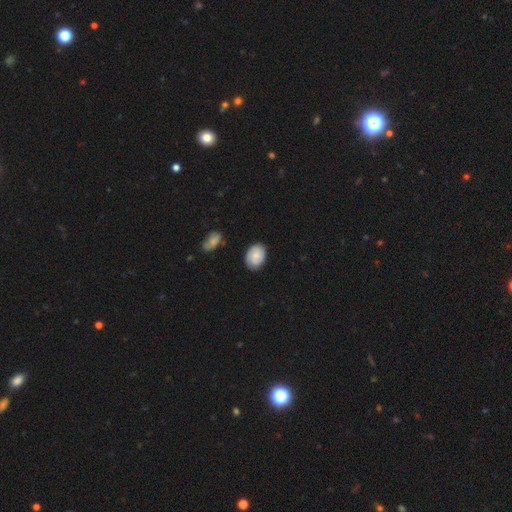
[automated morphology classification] This appears to be a smooth galaxy with no disk features (66%) that is in between round and cigar-shaped (68%). Merging: none (80%).